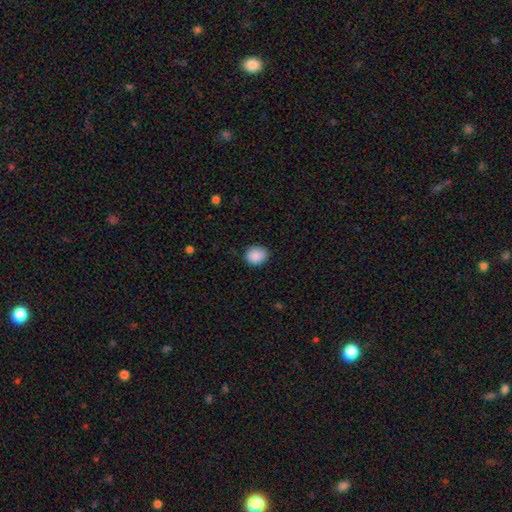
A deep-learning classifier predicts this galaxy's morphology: Smooth or featured? smooth (89%)
How rounded? round (69%)
Merging? none (86%)